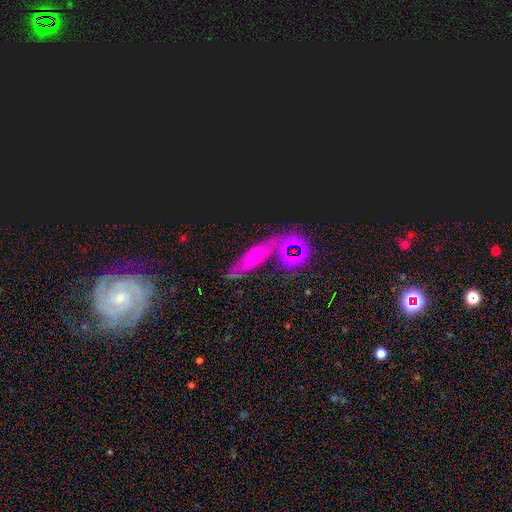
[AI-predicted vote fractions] smooth_or_featured: star or artifact (p=0.38) [alt: smooth p=0.35]